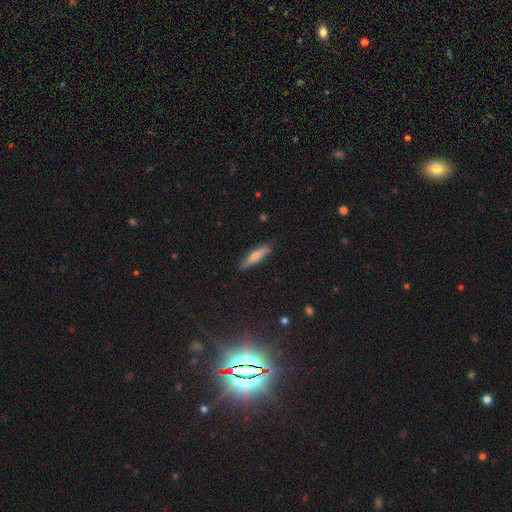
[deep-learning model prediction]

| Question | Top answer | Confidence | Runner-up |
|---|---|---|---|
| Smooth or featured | smooth | 65% | featured or disk (28%) |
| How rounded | cigar-shaped | 83% | in between (16%) |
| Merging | none | 86% | minor disturbance (11%) |